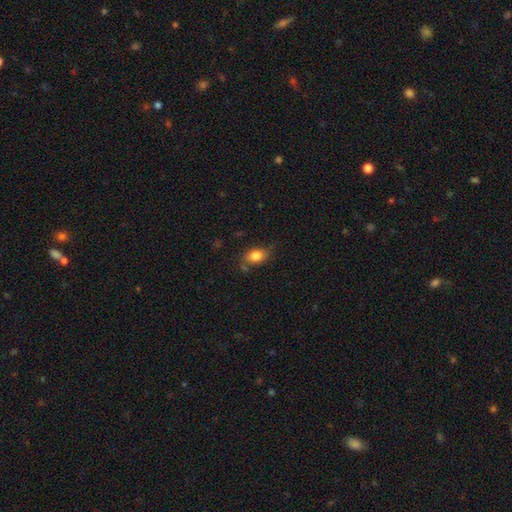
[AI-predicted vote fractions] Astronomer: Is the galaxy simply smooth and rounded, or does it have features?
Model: smooth — 82%.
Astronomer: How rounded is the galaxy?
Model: in between — 78%.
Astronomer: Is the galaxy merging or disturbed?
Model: none — 69%.